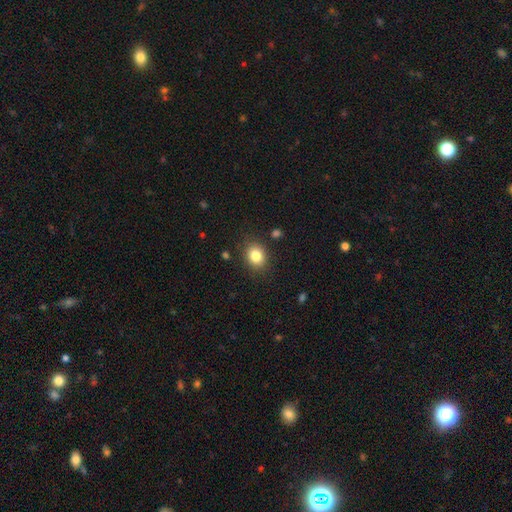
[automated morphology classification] Smooth or featured?
  - smooth: 83% *
  - star or artifact: 10%
  - featured or disk: 7%
How rounded?
  - round: 57% *
  - in between: 42%
  - cigar-shaped: 1%
Merging?
  - none: 85% *
  - minor disturbance: 10%
  - major disturbance: 3%
  - merger: 2%